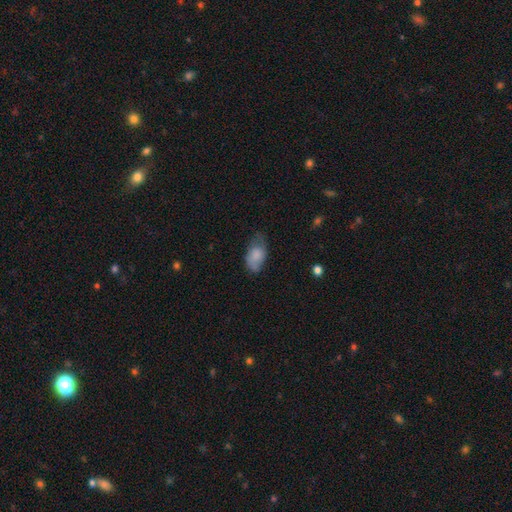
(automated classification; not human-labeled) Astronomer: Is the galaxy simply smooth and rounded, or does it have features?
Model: smooth — 76%.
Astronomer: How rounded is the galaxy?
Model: in between — 92%.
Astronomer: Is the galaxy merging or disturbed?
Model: none — 46% (runner-up: minor disturbance, 37%).